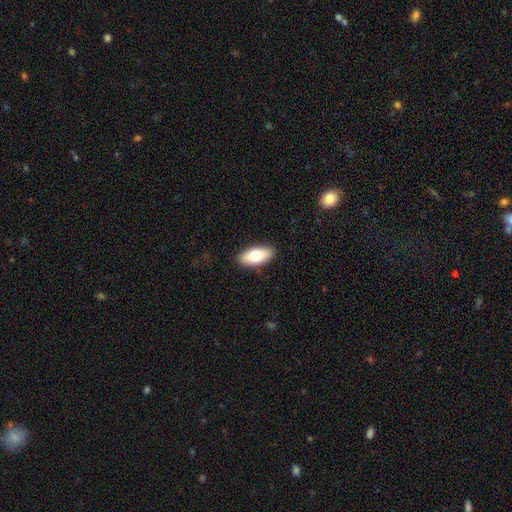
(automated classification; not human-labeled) A smooth galaxy with no disk features (76%) that is in between round and cigar-shaped (88%). Merging: none (89%).